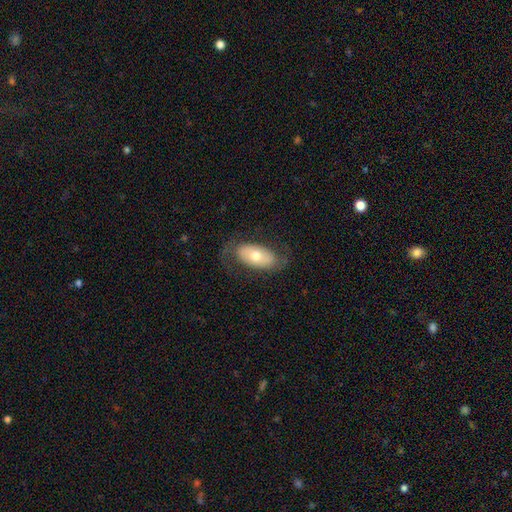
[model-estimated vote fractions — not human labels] smooth 54%, featured or disk 40%, star or artifact 6%. Down the decision tree: how rounded — in between (93%); merging — none (72%).